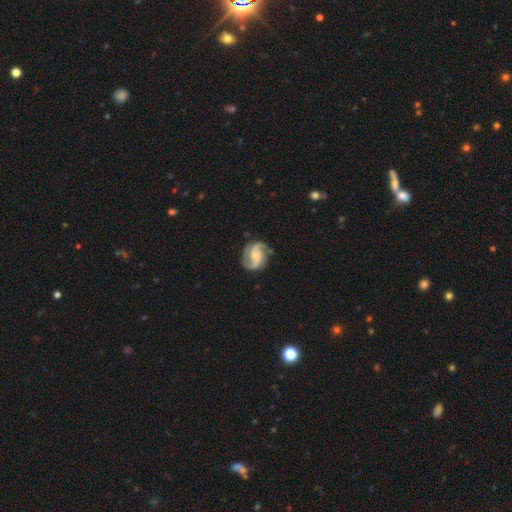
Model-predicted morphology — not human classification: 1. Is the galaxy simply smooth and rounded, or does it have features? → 88% featured or disk, 7% smooth, 5% star or artifact.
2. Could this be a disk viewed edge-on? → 98% no, 2% yes.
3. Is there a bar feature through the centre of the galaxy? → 48% no, 39% weak, 13% strong.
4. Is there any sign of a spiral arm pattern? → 98% yes, 2% no.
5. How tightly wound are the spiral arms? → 52% medium, 31% loose, 18% tight.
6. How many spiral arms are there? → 75% 2, 15% 3, 4% can't tell, 2% 1, 2% 4, 2% more than 4.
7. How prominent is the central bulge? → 42% small, 30% moderate, 22% none, 5% large, 1% dominant.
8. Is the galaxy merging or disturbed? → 78% none, 15% minor disturbance, 6% major disturbance, 2% merger.